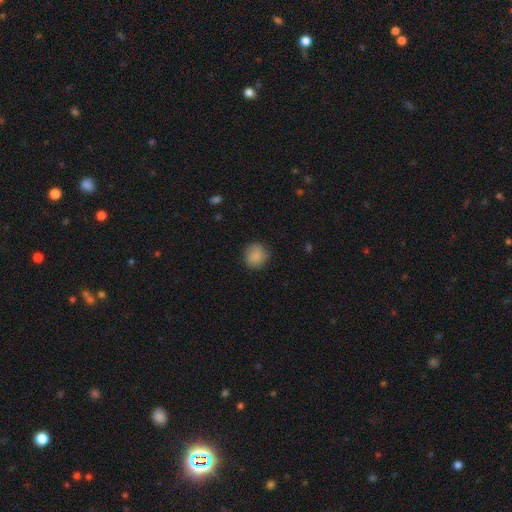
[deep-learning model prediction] smooth-or-featured: smooth: 86% | star or artifact: 8% | featured or disk: 7%
  how-rounded: round: 87% | in between: 12% | cigar-shaped: 1%
  merging: none: 83% | minor disturbance: 13% | major disturbance: 3% | merger: 1%